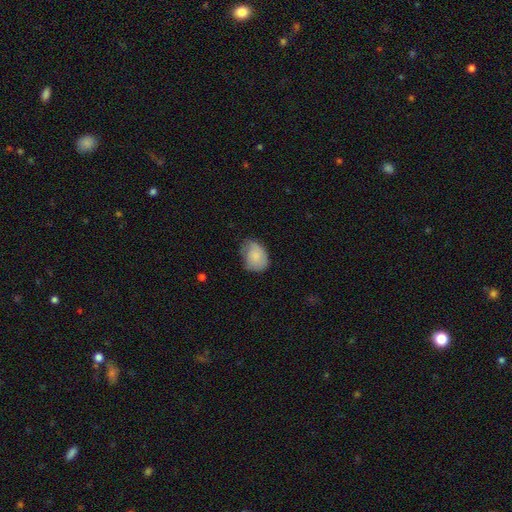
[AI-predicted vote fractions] Smooth or featured? smooth (79%)
How rounded? in between (67%)
Merging? none (51%)